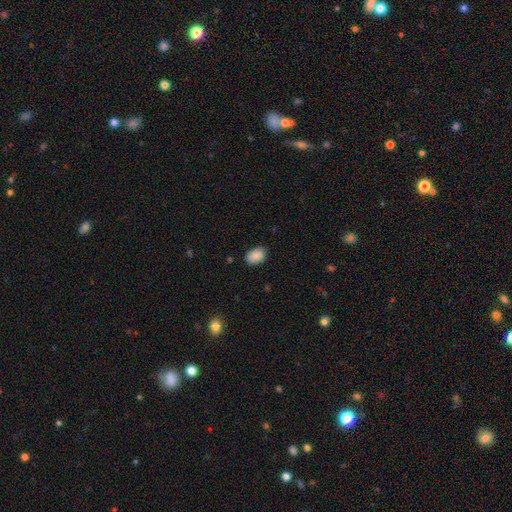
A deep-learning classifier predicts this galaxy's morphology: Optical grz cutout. It shows a smooth galaxy with no disk features (89%) that is in between round and cigar-shaped (82%). Merging: none (82%).